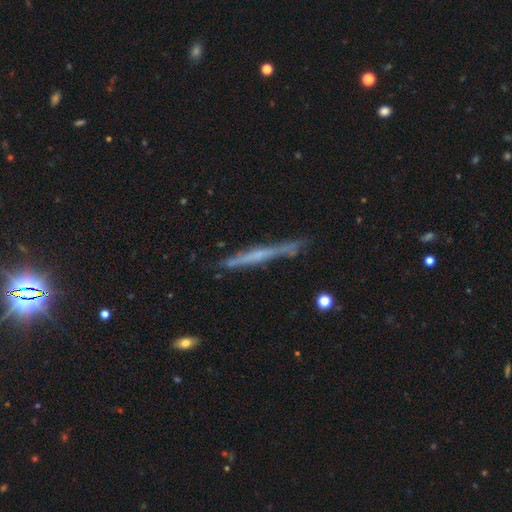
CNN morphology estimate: Smooth or featured: featured or disk — 59% (smooth — 34%)
Edge-on disk: yes — 95% (no — 5%)
Edge-on bulge: none — 71% (rounded — 20%)
Merging: none — 75% (minor disturbance — 18%)